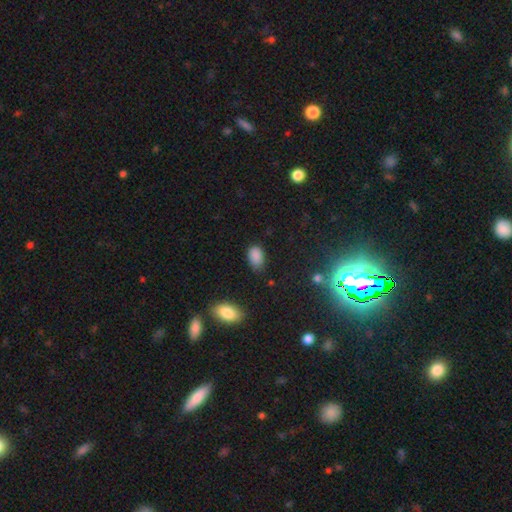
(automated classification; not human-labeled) This appears to be a smooth galaxy with no disk features (86%) that is in between round and cigar-shaped (89%). Merging: none (68%).